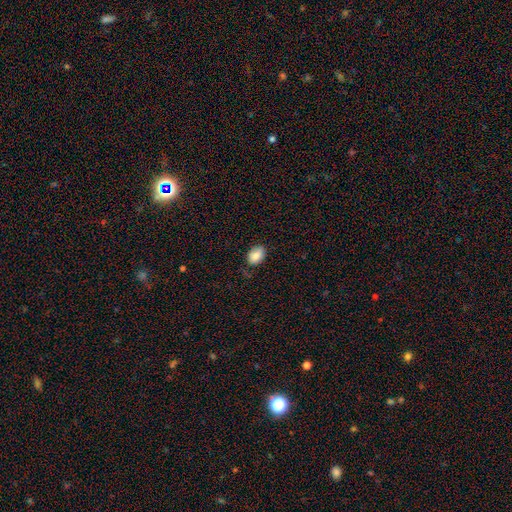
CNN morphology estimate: A smooth galaxy with no disk features (85%) that is in between round and cigar-shaped (80%).

Vote fractions:
- Smooth or featured? smooth: 85% / featured or disk: 8% / star or artifact: 8%
- How rounded? in between: 80% / round: 19% / cigar-shaped: 1%
- Merging? none: 75% / minor disturbance: 20% / major disturbance: 4% / merger: 1%